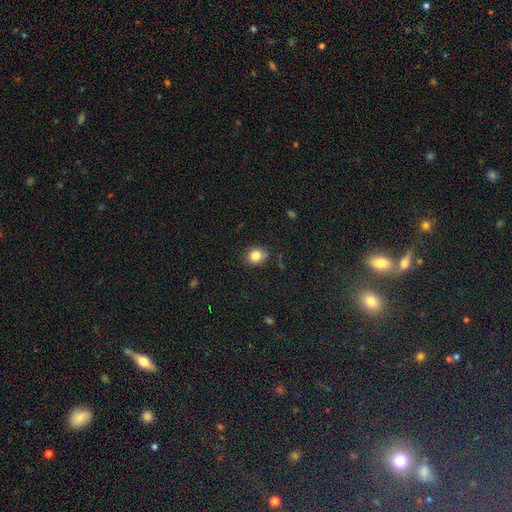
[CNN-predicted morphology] Overall: smooth (83%). How rounded: round (69%; in between 30%). Merging: none (83%).